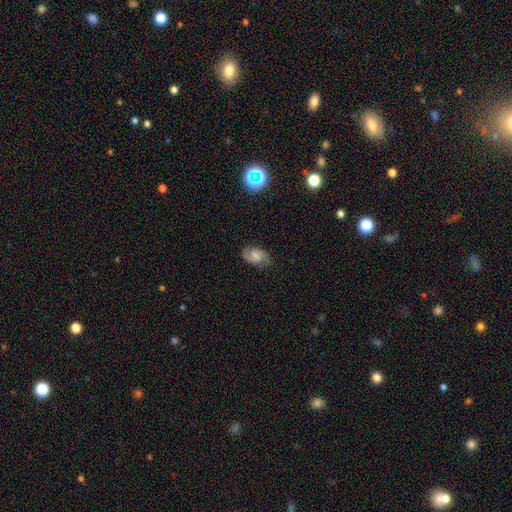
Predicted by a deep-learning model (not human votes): Q: Smooth or featured?
A: featured or disk (66%); runner-up: smooth (25%)
Q: Edge-on disk?
A: no (97%); runner-up: yes (3%)
Q: Bar?
A: weak (51%); runner-up: no (37%)
Q: Spiral arms?
A: yes (94%); runner-up: no (6%)
Q: Spiral winding?
A: medium (52%); runner-up: tight (28%)
Q: Spiral arm count?
A: 2 (88%); runner-up: can't tell (6%)
Q: Bulge size?
A: moderate (38%); runner-up: small (34%)
Q: Merging?
A: none (80%); runner-up: minor disturbance (15%)